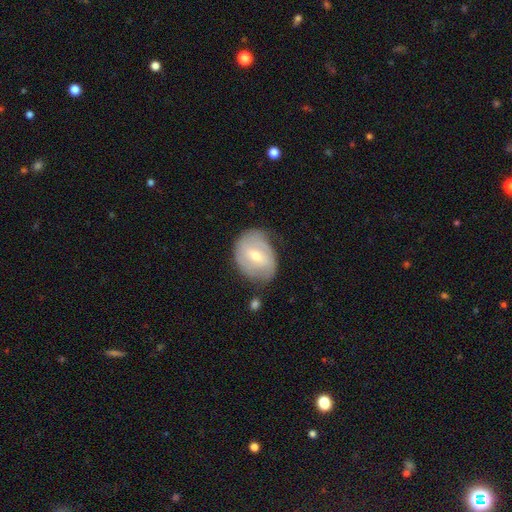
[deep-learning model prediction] This is likely a featured or disk galaxy (62%). It is clearly not viewed edge-on (96%). Bar: possibly weak (52%). Spiral arm pattern: likely yes (72%). Central bulge: possibly moderate (51%). Merging: likely none (61%).